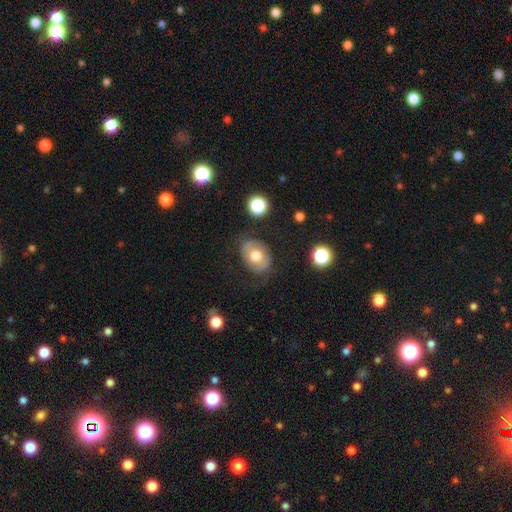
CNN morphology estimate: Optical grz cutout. It shows a smooth galaxy with no disk features (55%) that is in between round and cigar-shaped (63%). Merging: none (70%).